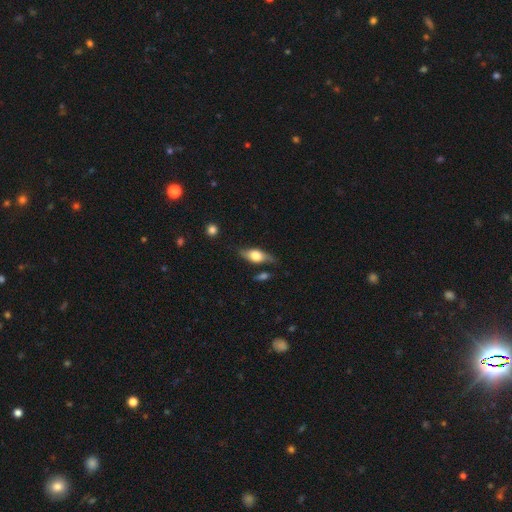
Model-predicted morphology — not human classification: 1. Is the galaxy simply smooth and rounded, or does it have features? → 55% smooth, 39% featured or disk, 6% star or artifact.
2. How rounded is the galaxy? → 75% in between, 20% cigar-shaped, 5% round.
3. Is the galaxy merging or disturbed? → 72% none, 20% minor disturbance, 5% major disturbance, 4% merger.